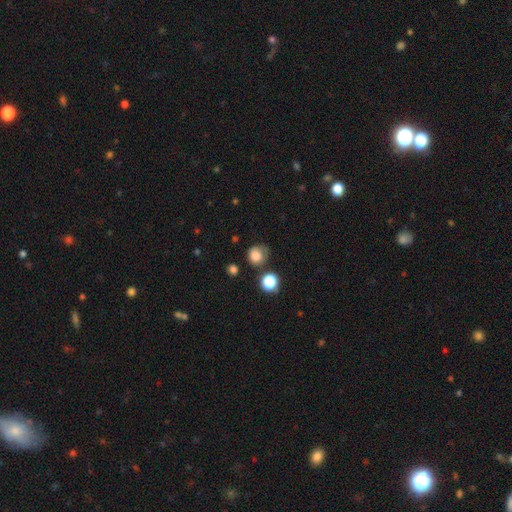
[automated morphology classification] smooth-or-featured: smooth: 80% | star or artifact: 12% | featured or disk: 8%
  how-rounded: round: 84% | in between: 15% | cigar-shaped: 1%
  merging: none: 64% | minor disturbance: 22% | major disturbance: 8% | merger: 6%